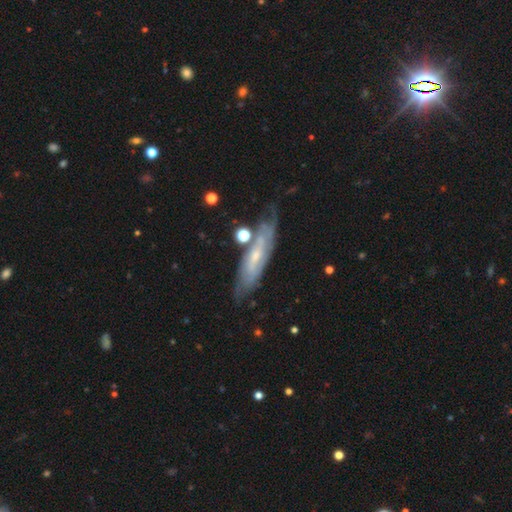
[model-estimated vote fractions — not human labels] The model was most divided on "edge-on disk": no: 66%, yes: 34%. More confident: smooth or featured — featured or disk (69%); merging — none (64%).